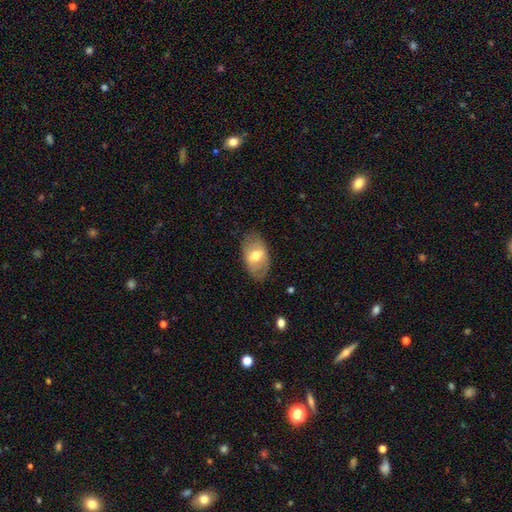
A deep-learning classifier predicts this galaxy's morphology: Smooth or featured? Predicted: smooth (p=0.52). How rounded? Predicted: in between (p=0.89). Merging? Predicted: none (p=0.75).